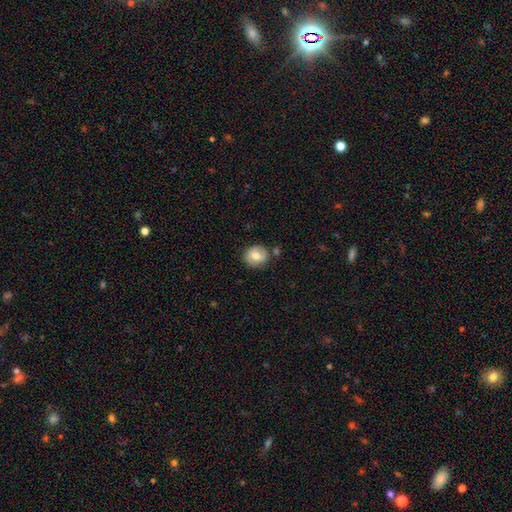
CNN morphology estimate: Overall: smooth (71%). How rounded: round (70%). Merging: none (73%).